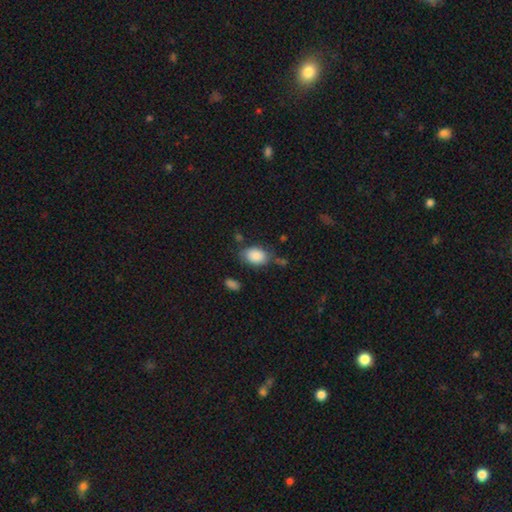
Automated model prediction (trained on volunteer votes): This appears to be a smooth galaxy with no disk features (87%) that is in between round and cigar-shaped (80%). Merging: none (66%).